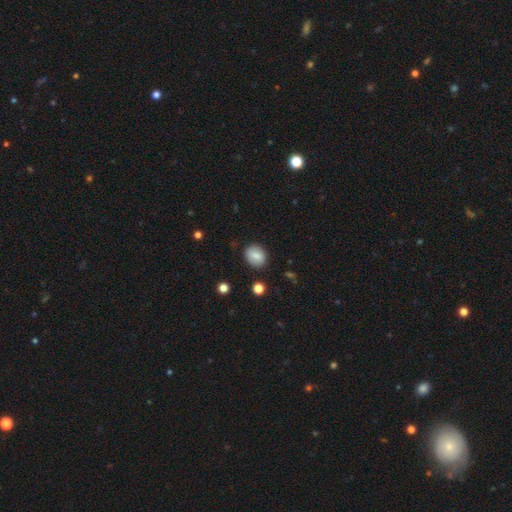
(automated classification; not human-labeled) Smooth or featured? smooth (83%)
How rounded? round (56%)
Merging? none (86%)